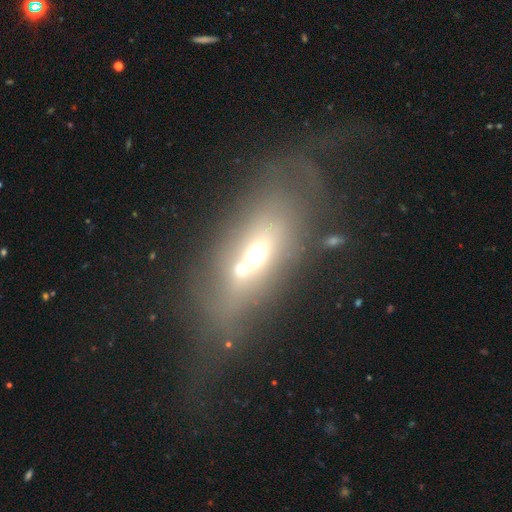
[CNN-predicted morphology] This appears to be a smooth galaxy with no disk features (46%). Merging: merger (38%).